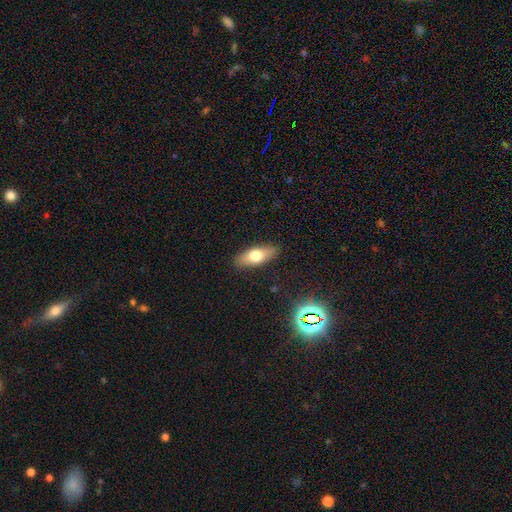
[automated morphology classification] A smooth galaxy with no disk features (68%) that is in between round and cigar-shaped (76%).

Vote fractions:
- Smooth or featured? smooth: 68% / featured or disk: 24% / star or artifact: 8%
- How rounded? in between: 76% / cigar-shaped: 21% / round: 4%
- Merging? none: 88% / minor disturbance: 9% / major disturbance: 2% / merger: 1%